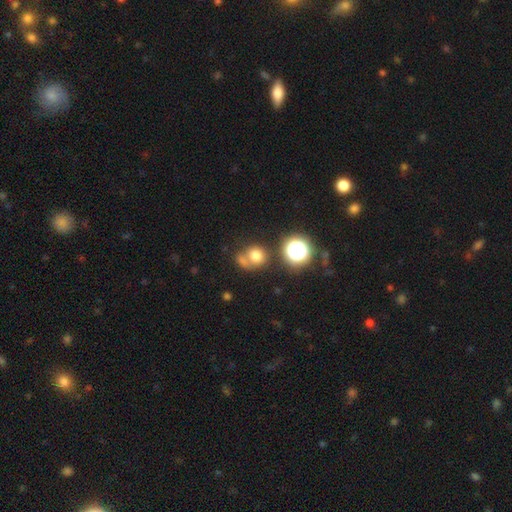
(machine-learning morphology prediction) type=smooth (72%); roundness=round (80%); merging=none (52%).